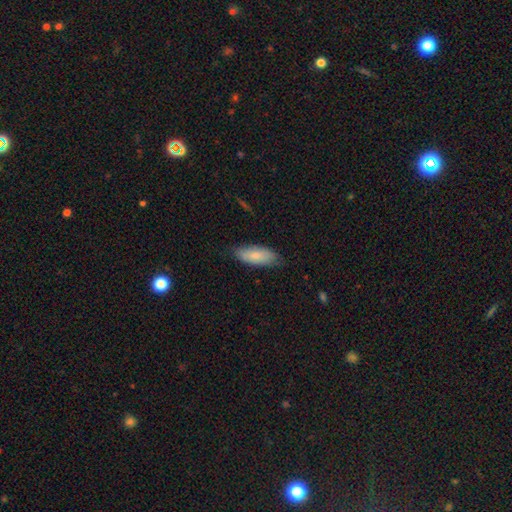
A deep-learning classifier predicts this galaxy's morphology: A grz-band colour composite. It shows a smooth galaxy with no disk features (82%) that is in between round and cigar-shaped (80%). Merging: none (78%).